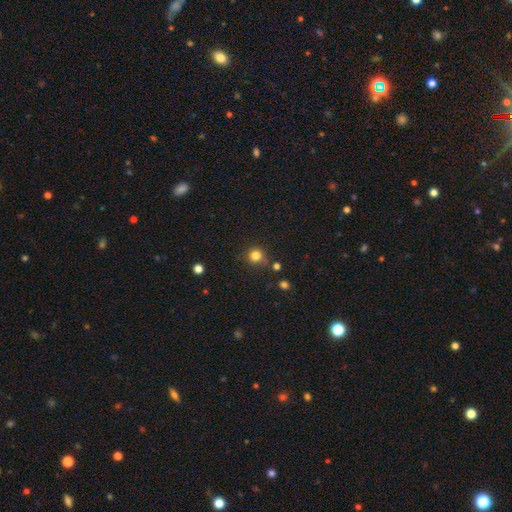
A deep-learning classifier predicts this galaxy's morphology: Smooth or featured? smooth (82%)
How rounded? round (92%)
Merging? none (80%)